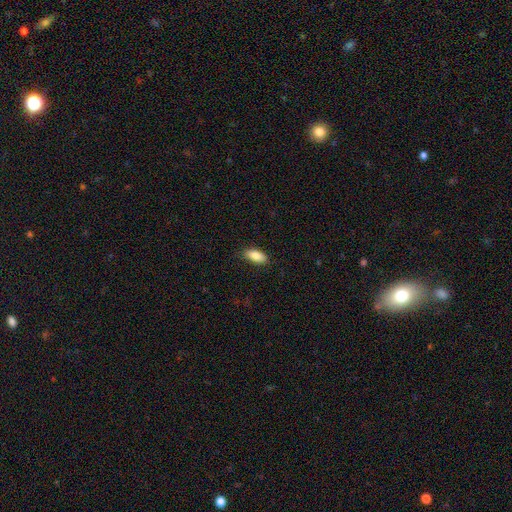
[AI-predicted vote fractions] smooth_or_featured: smooth (p=0.87) [alt: star or artifact p=0.07]
how_rounded: in between (p=0.87) [alt: cigar-shaped p=0.11]
merging: none (p=0.83) [alt: minor disturbance p=0.14]